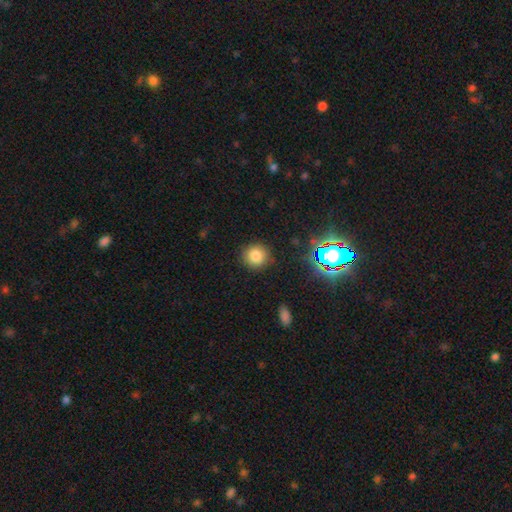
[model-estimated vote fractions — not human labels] smooth-or-featured: smooth: 79% | star or artifact: 16% | featured or disk: 6%
  how-rounded: round: 92% | in between: 7% | cigar-shaped: 1%
  merging: none: 88% | minor disturbance: 8% | major disturbance: 3% | merger: 1%